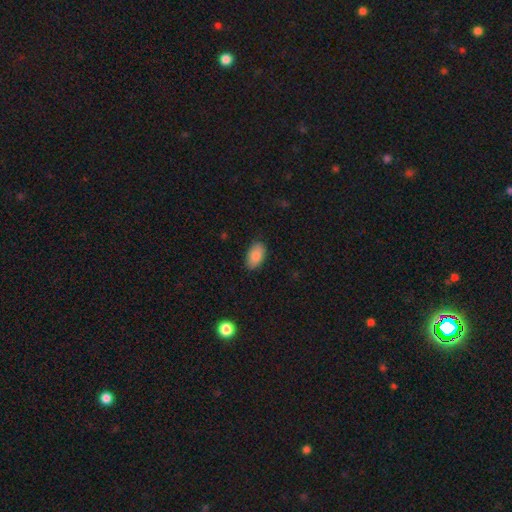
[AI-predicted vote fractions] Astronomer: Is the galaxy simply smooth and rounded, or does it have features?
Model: smooth — 86%.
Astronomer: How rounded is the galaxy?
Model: in between — 94%.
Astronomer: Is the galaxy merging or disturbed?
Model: none — 85%.